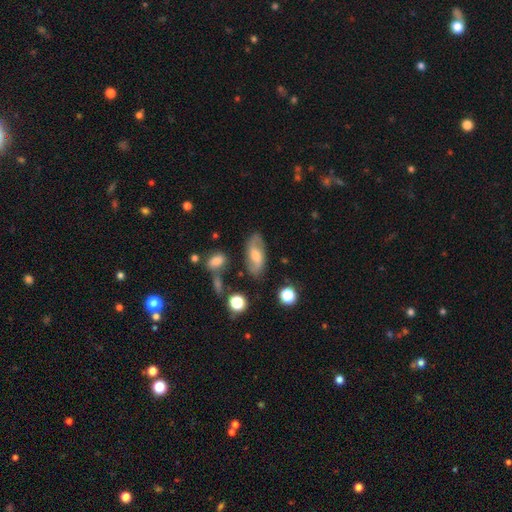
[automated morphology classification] Smooth or featured?
  - featured or disk: 58% *
  - smooth: 35%
  - star or artifact: 8%
Edge-on disk?
  - no: 89% *
  - yes: 11%
Bar?
  - no: 46% *
  - weak: 42%
  - strong: 12%
Spiral arms?
  - yes: 85% *
  - no: 15%
Bulge size?
  - moderate: 56% *
  - small: 19%
  - large: 17%
  - none: 5%
  - dominant: 2%
Merging?
  - none: 76% *
  - minor disturbance: 15%
  - major disturbance: 5%
  - merger: 4%